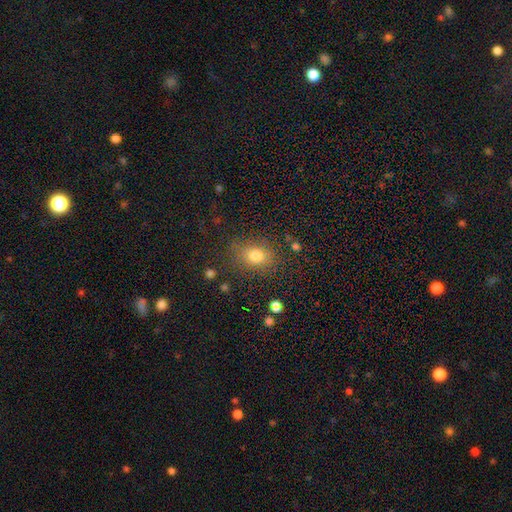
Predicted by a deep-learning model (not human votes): Smooth or featured? Predicted: smooth (p=0.78). How rounded? Predicted: in between (p=0.56). Merging? Predicted: none (p=0.81).